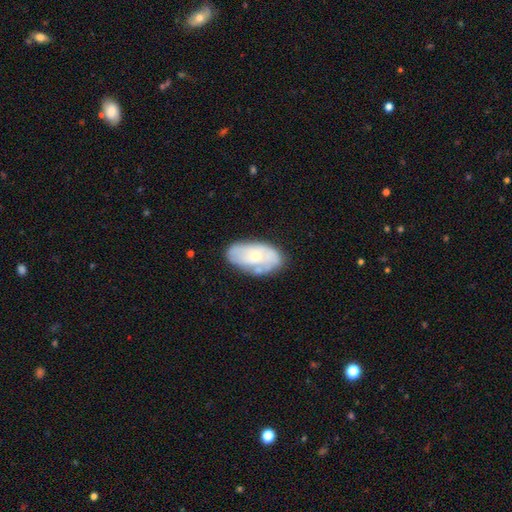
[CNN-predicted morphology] Smooth or featured? Predicted: featured or disk (p=0.51). Edge-on disk? Predicted: no (p=0.92). Merging? Predicted: none (p=0.67).